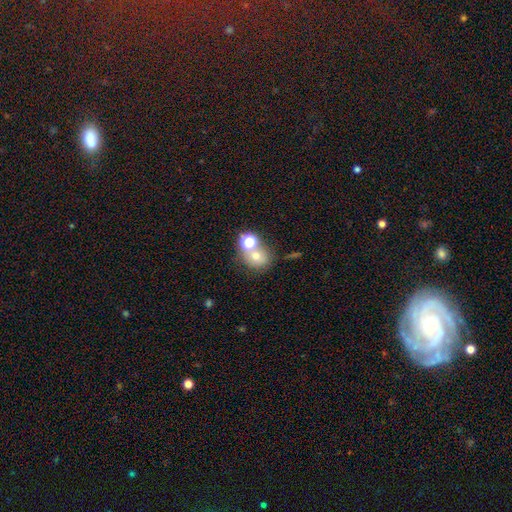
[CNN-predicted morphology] This is likely a smooth galaxy (66%). How rounded: likely round (71%). Merging: possibly none (47%).